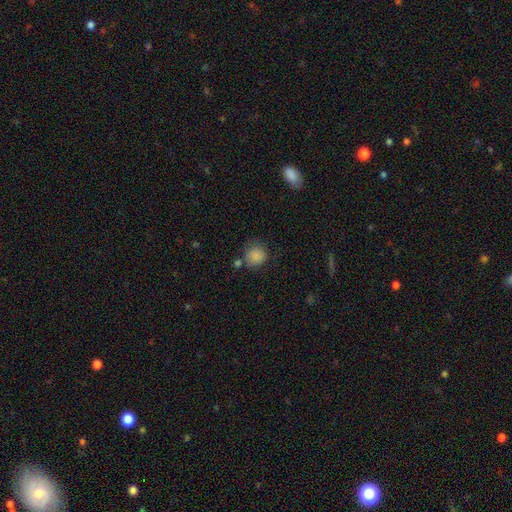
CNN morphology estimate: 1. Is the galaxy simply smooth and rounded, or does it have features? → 85% smooth, 10% star or artifact, 5% featured or disk.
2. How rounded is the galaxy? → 87% round, 12% in between, 1% cigar-shaped.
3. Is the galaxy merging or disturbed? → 67% none, 18% minor disturbance, 9% merger, 6% major disturbance.